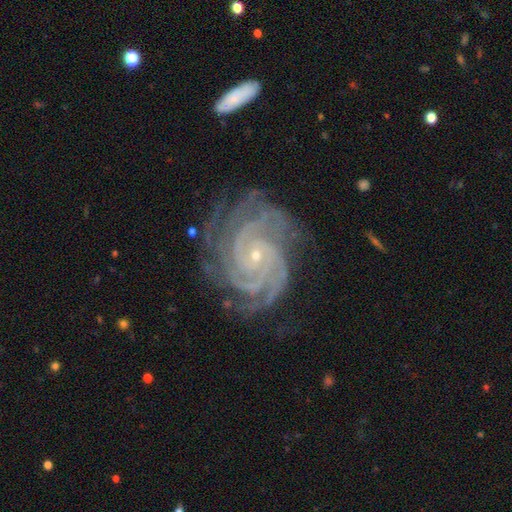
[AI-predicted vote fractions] featured or disk 92%, star or artifact 5%, smooth 3%. Down the decision tree: edge-on disk — no (98%); bar — no (71%); spiral arms — yes (99%); spiral arm count — 4 (31%); spiral winding — tight (78%); bulge size — small (85%); merging — none (72%).